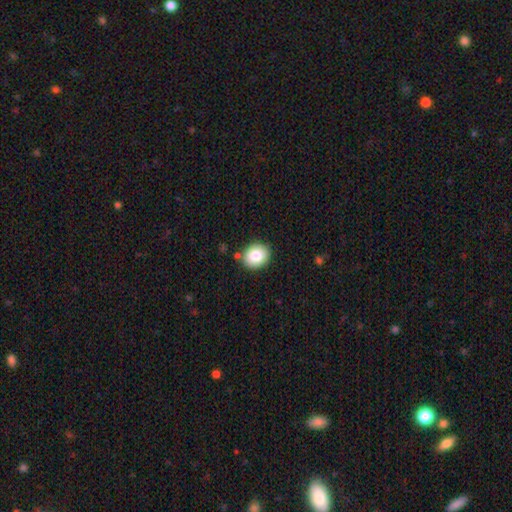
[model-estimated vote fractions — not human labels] Smooth or featured: smooth — 82% (star or artifact — 9%)
How rounded: round — 68% (in between — 31%)
Merging: none — 86% (minor disturbance — 9%)